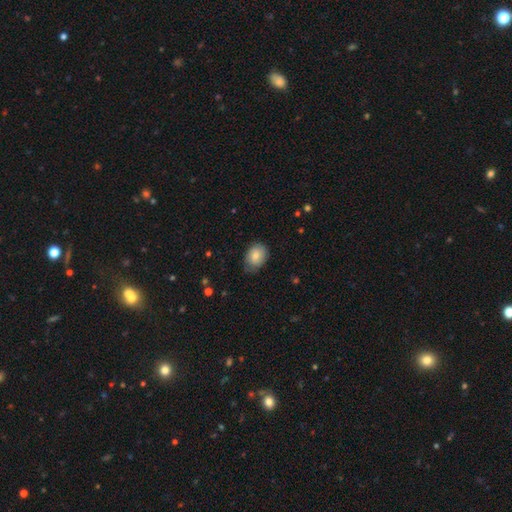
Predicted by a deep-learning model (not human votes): Smooth or featured? Predicted: smooth (p=0.79). How rounded? Predicted: in between (p=0.67). Merging? Predicted: none (p=0.69).